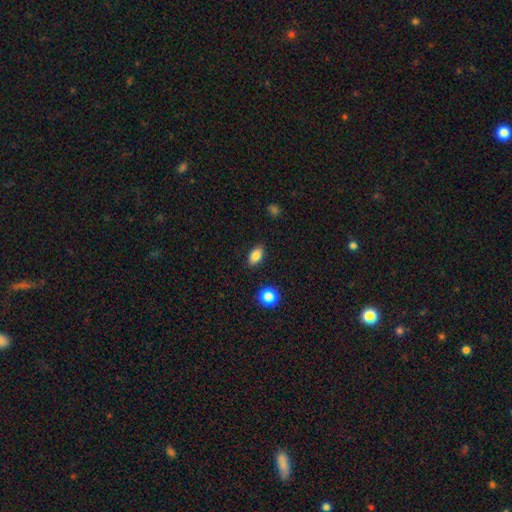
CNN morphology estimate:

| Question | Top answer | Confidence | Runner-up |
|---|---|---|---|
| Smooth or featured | smooth | 84% | star or artifact (9%) |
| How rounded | in between | 88% | round (8%) |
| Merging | none | 87% | minor disturbance (9%) |